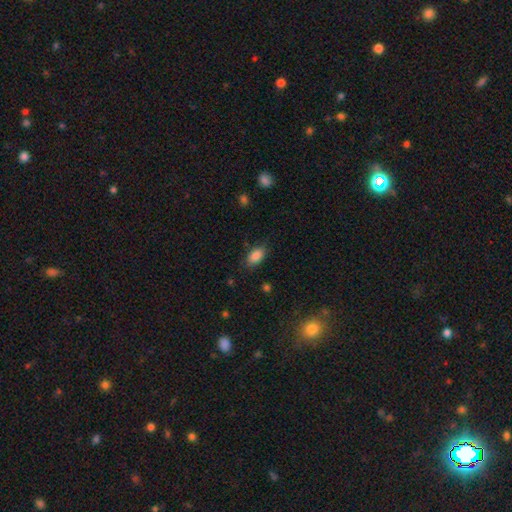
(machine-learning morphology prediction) Smooth or featured: smooth — 87% (star or artifact — 8%)
How rounded: in between — 91% (round — 5%)
Merging: none — 82% (minor disturbance — 14%)